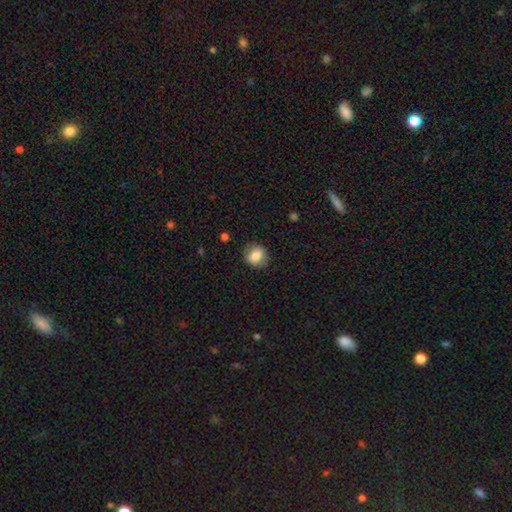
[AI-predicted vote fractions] smooth_or_featured: smooth (p=0.77) [alt: featured or disk p=0.15]
how_rounded: round (p=0.63) [alt: in between p=0.36]
merging: none (p=0.81) [alt: minor disturbance p=0.14]